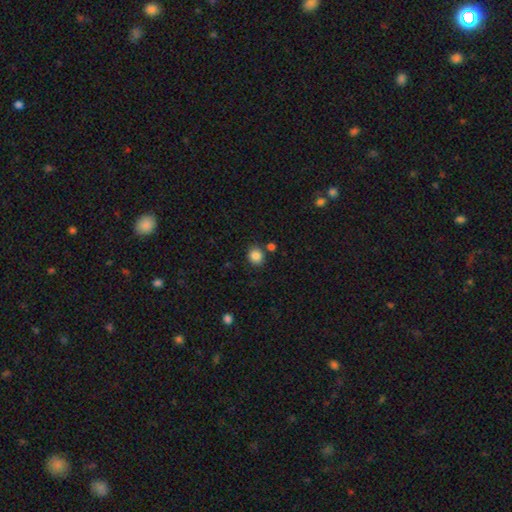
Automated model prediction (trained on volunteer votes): Smooth or featured?
  - smooth: 86% *
  - star or artifact: 10%
  - featured or disk: 4%
How rounded?
  - round: 79% *
  - in between: 20%
  - cigar-shaped: 1%
Merging?
  - none: 80% *
  - minor disturbance: 9%
  - merger: 8%
  - major disturbance: 3%